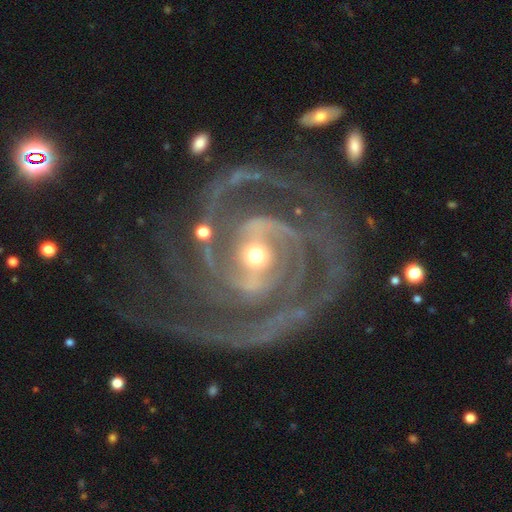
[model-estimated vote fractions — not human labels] smooth_or_featured: featured or disk (p=0.93) [alt: star or artifact p=0.05]
disk_edge_on: no (p=0.98) [alt: yes p=0.02]
bar: no (p=0.34) [alt: strong p=0.33]
has_spiral_arms: yes (p=0.98) [alt: no p=0.02]
spiral_winding: tight (p=0.48) [alt: medium p=0.40]
spiral_arm_count: 2 (p=0.41) [alt: 3 p=0.19]
bulge_size: moderate (p=0.48) [alt: small p=0.47]
merging: none (p=0.66) [alt: major disturbance p=0.16]